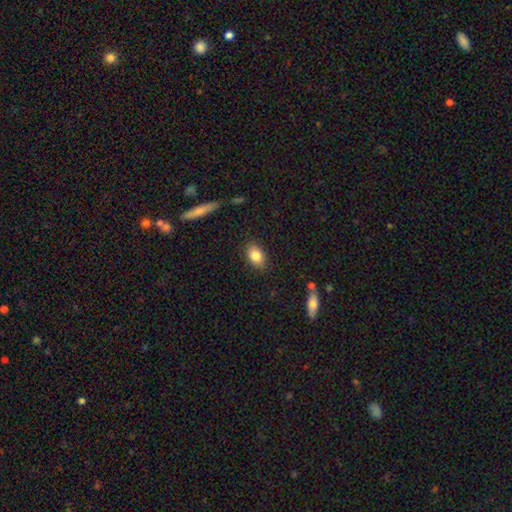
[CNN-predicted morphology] The model was most divided on "how rounded": in between: 84%, round: 14%, cigar-shaped: 2%. More confident: merging — none (86%); smooth or featured — smooth (83%).